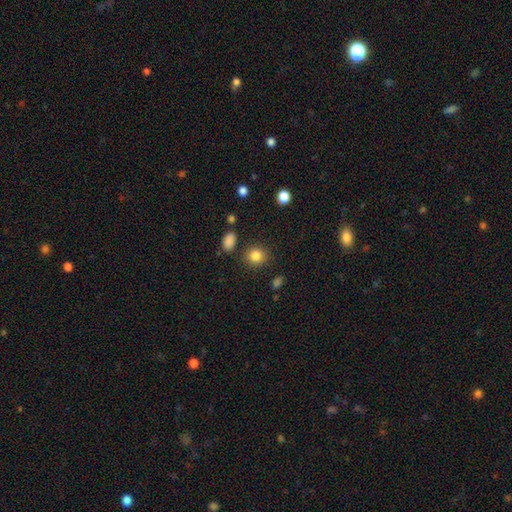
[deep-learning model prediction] A smooth galaxy with no disk features (84%) that is round (82%).

Vote fractions:
- Smooth or featured? smooth: 84% / star or artifact: 11% / featured or disk: 5%
- How rounded? round: 82% / in between: 17% / cigar-shaped: 1%
- Merging? none: 86% / minor disturbance: 8% / merger: 3% / major disturbance: 3%